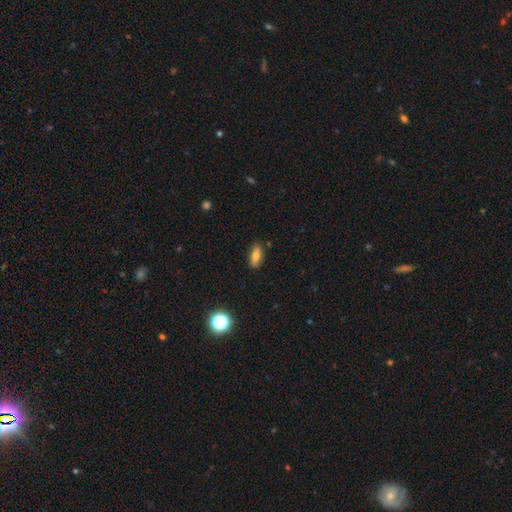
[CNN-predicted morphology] Smooth or featured: smooth — 67% (featured or disk — 24%)
How rounded: in between — 66% (cigar-shaped — 30%)
Merging: none — 84% (minor disturbance — 12%)